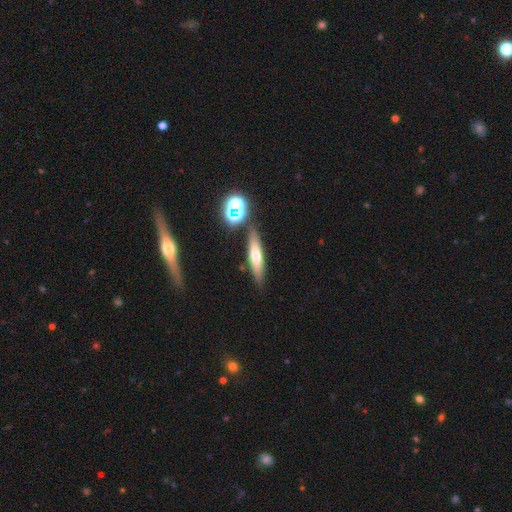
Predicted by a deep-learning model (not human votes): Morphology: type=smooth (56%); roundness=cigar-shaped (77%); merging=none (81%).